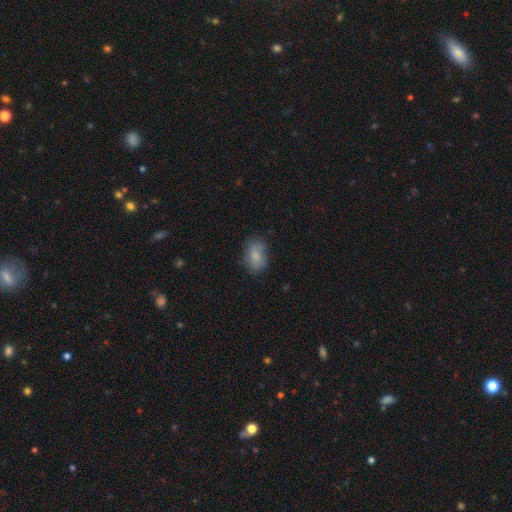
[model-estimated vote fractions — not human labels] smooth_or_featured: smooth (p=0.82) [alt: featured or disk p=0.10]
how_rounded: in between (p=0.81) [alt: round p=0.18]
merging: none (p=0.70) [alt: minor disturbance p=0.22]